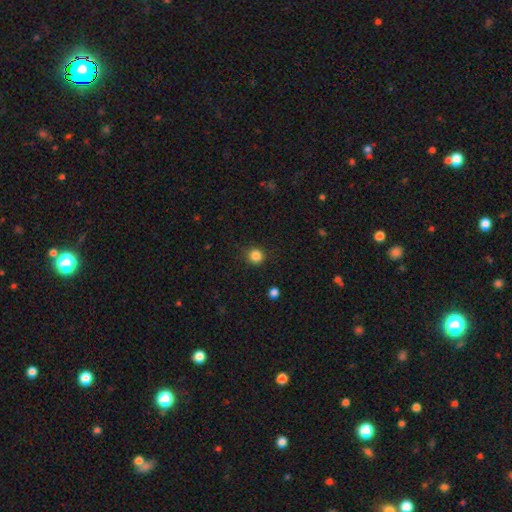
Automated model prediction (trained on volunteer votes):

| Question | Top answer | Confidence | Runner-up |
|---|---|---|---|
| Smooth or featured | smooth | 84% | star or artifact (12%) |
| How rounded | round | 92% | in between (8%) |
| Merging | none | 87% | minor disturbance (9%) |